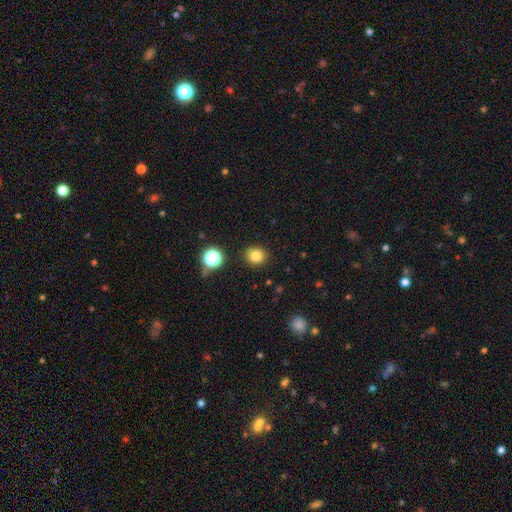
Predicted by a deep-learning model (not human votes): smooth 81%, star or artifact 13%, featured or disk 6%. Down the decision tree: how rounded — round (82%); merging — none (89%).